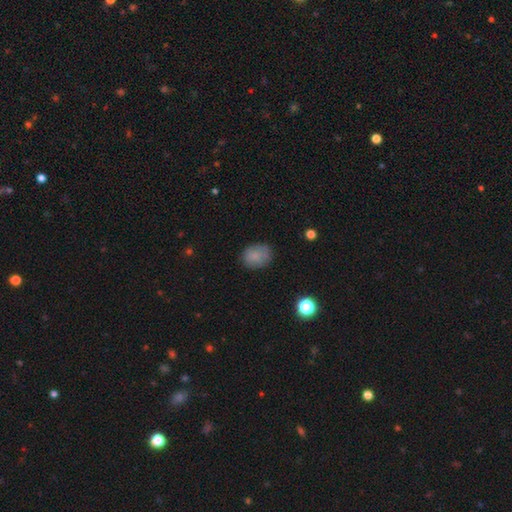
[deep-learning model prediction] This is clearly a smooth galaxy (82%). How rounded: possibly in between (55%). Merging: likely none (77%).